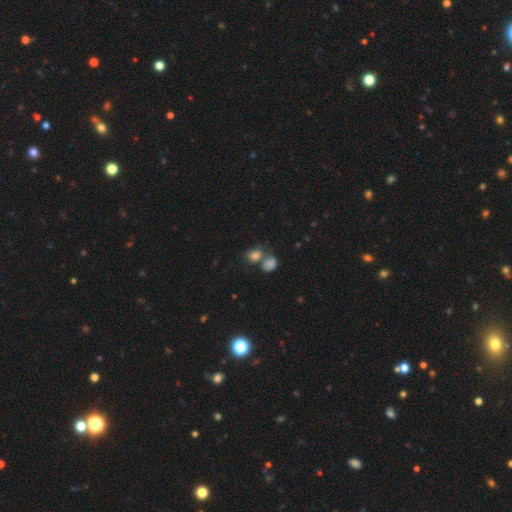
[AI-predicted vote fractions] Overall: smooth (69%). How rounded: round (53%; in between 46%). Merging: merger (42%; none 41%).